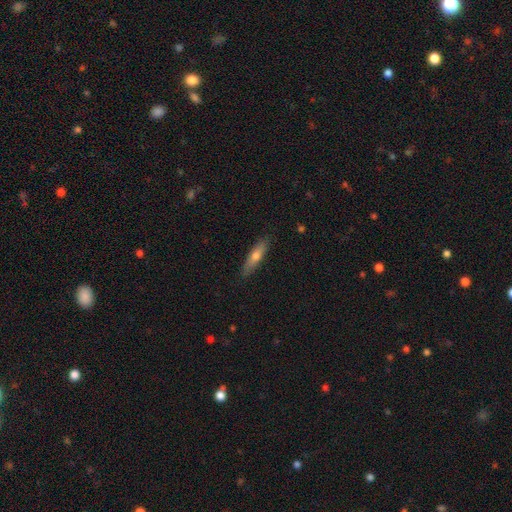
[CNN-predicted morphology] Overall: smooth (59%; featured or disk 34%). How rounded: cigar-shaped (77%). Merging: none (86%).